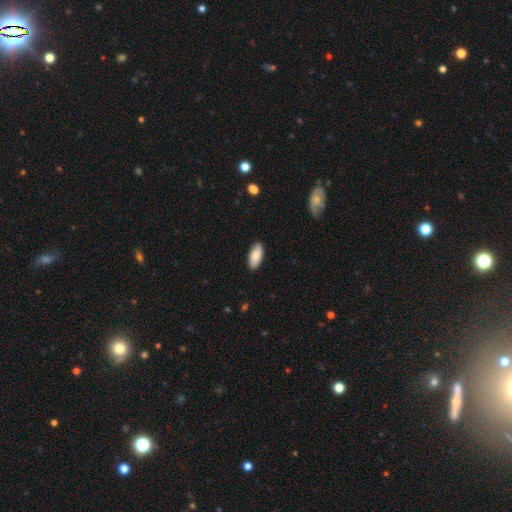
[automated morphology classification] This appears to be a smooth galaxy with no disk features (85%) that is in between round and cigar-shaped (89%). Merging: none (89%).